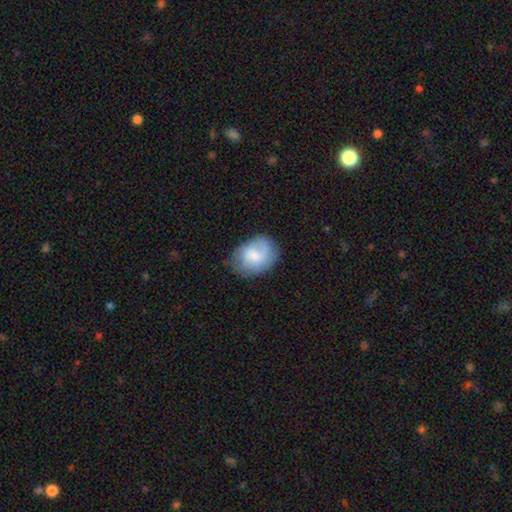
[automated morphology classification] Smooth or featured: smooth — 72% (featured or disk — 21%)
How rounded: in between — 68% (round — 31%)
Merging: none — 66% (minor disturbance — 24%)